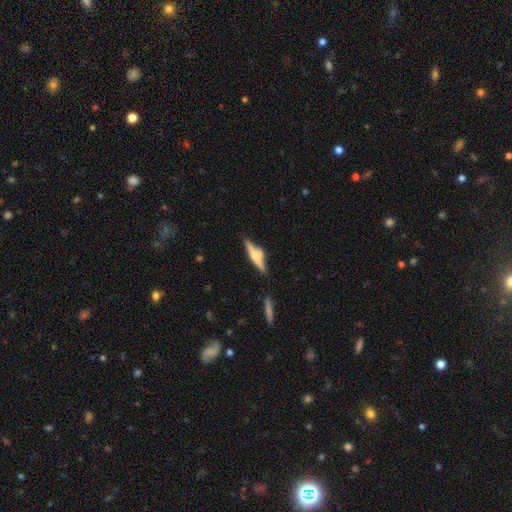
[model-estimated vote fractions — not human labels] Smooth or featured: featured or disk — 49% (smooth — 43%)
Merging: none — 66% (minor disturbance — 18%)